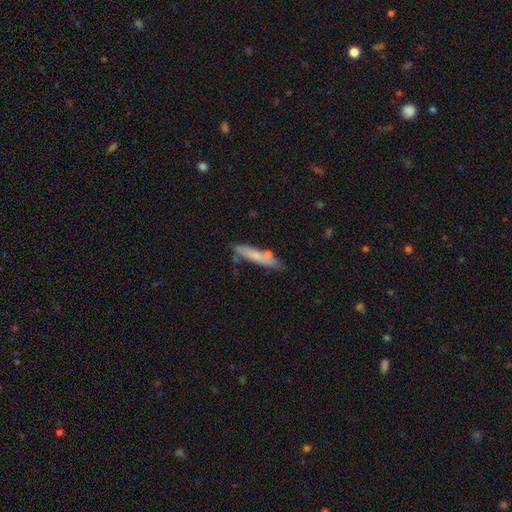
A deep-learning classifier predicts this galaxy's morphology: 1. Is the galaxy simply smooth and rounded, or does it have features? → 65% smooth, 29% featured or disk, 7% star or artifact.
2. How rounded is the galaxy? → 86% cigar-shaped, 12% in between, 2% round.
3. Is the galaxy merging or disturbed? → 71% none, 17% minor disturbance, 9% merger, 4% major disturbance.